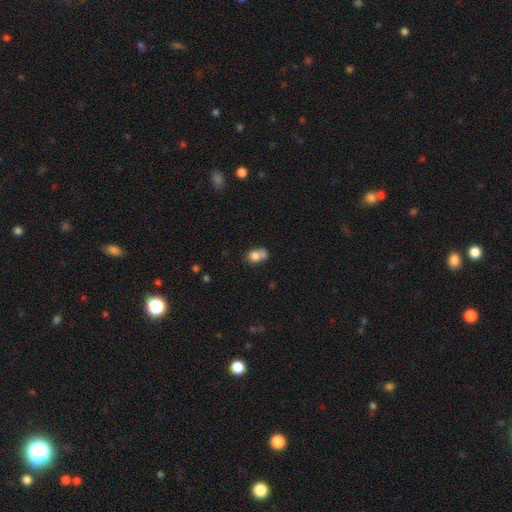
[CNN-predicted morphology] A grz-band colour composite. It shows a smooth galaxy with no disk features (76%) that is in between round and cigar-shaped (54%). Merging: merger (41%).